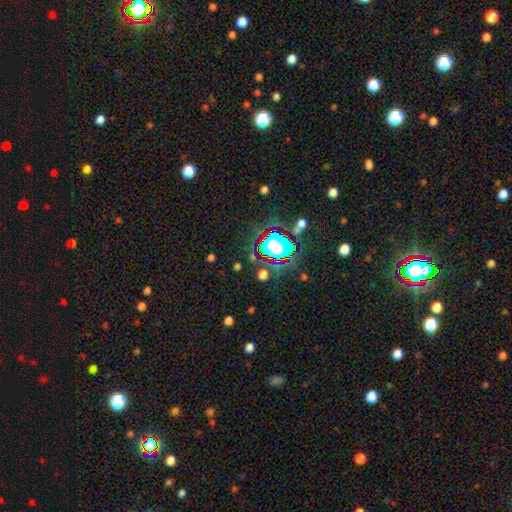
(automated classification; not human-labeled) Overall: star or artifact (67%).